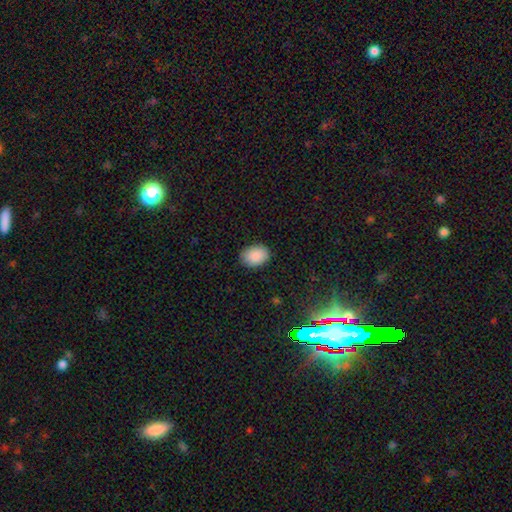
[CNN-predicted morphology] The model was most divided on "how rounded": in between: 75%, round: 24%, cigar-shaped: 1%. More confident: smooth or featured — smooth (89%); merging — none (85%).